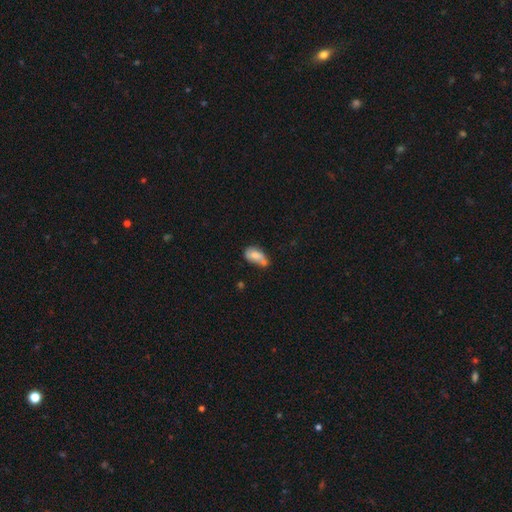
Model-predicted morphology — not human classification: smooth_or_featured: smooth (p=0.69) [alt: featured or disk p=0.23]
how_rounded: in between (p=0.89) [alt: round p=0.06]
merging: none (p=0.32) [alt: minor disturbance p=0.29]